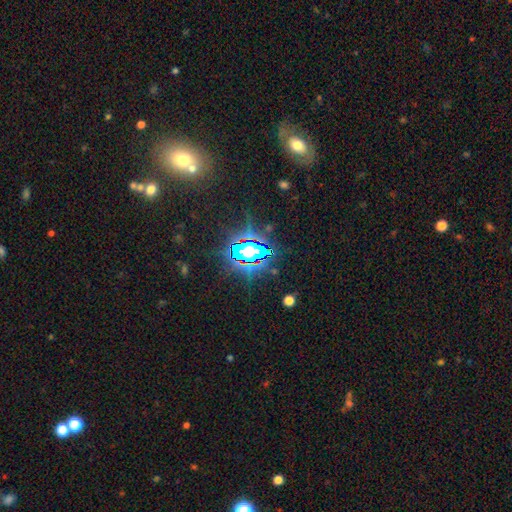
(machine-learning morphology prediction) type=star or artifact (77%).